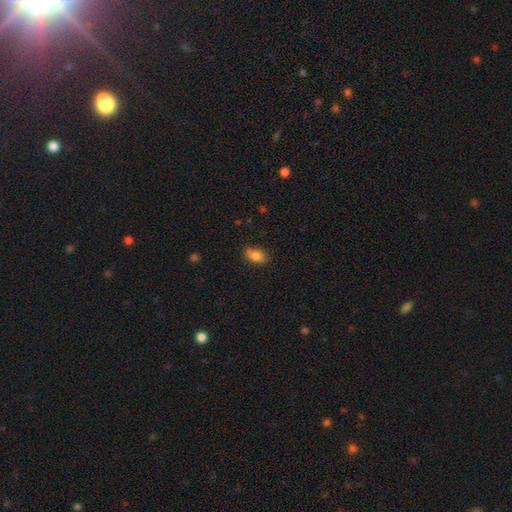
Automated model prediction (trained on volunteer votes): The model was most divided on "merging": none: 67%, minor disturbance: 20%, merger: 8%, major disturbance: 4%. More confident: how rounded — in between (86%); smooth or featured — smooth (81%).